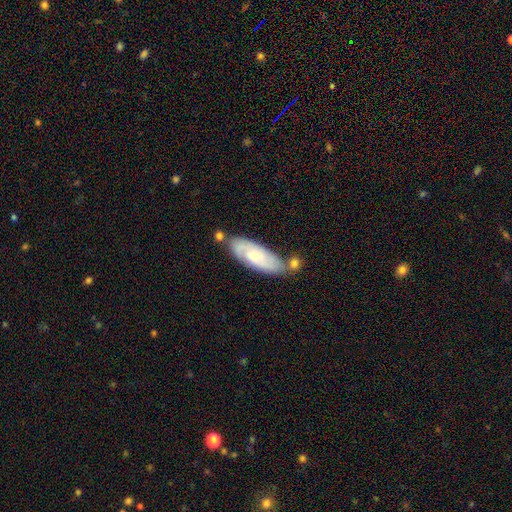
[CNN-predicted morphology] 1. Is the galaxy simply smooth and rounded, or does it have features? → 47% smooth (tied), 47% featured or disk (tied), 6% star or artifact.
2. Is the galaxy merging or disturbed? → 56% none, 21% merger, 19% minor disturbance, 5% major disturbance.